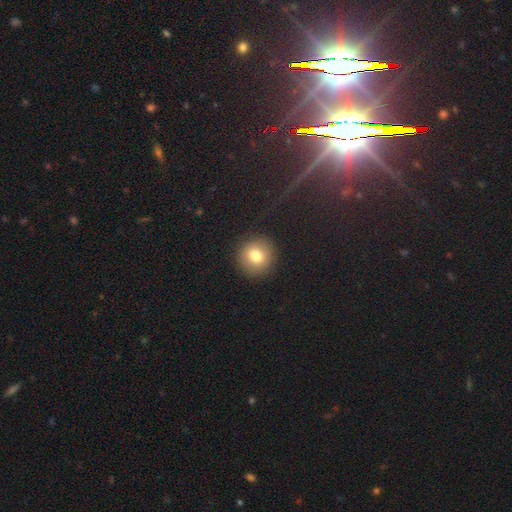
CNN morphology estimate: smooth 78%, featured or disk 12%, star or artifact 10%. Down the decision tree: how rounded — round (88%); merging — none (90%).